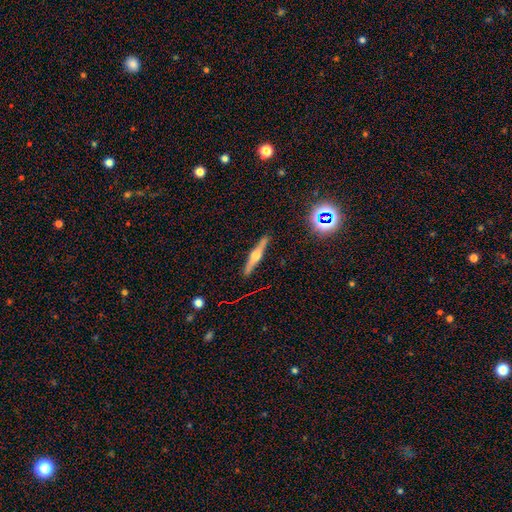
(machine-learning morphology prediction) This appears to be a featured or disk galaxy (75%) viewed edge-on (98%) with a rounded central bulge (90%). Merging: none (89%).